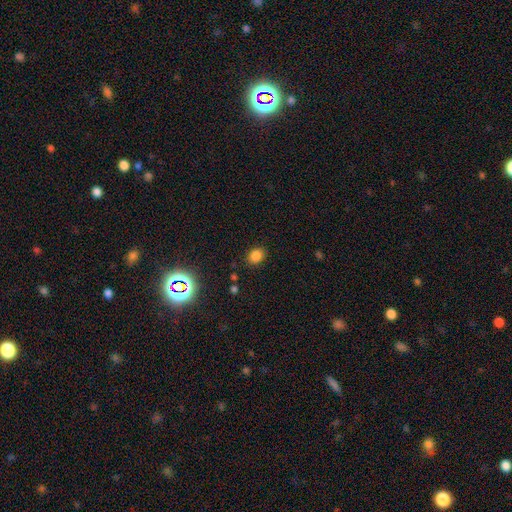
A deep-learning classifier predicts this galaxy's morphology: A smooth galaxy with no disk features (82%) that is in between round and cigar-shaped (58%). Merging: none (86%).